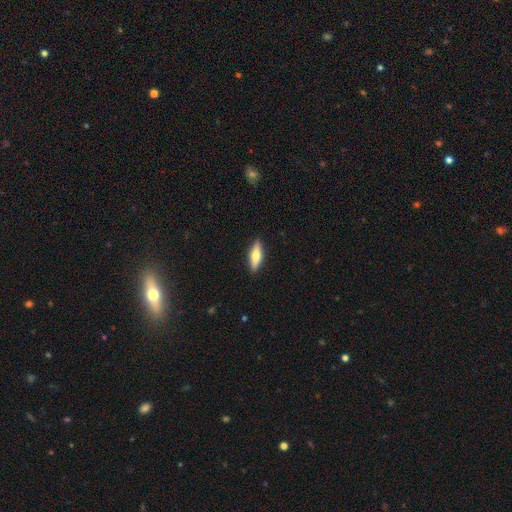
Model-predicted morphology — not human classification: smooth 57%, featured or disk 37%, star or artifact 6%. Down the decision tree: how rounded — cigar-shaped (50%); merging — none (90%).